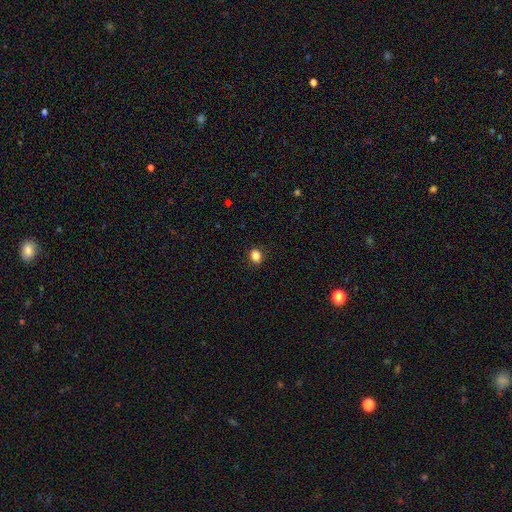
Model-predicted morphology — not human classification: This appears to be a smooth galaxy with no disk features (86%) that is round (56%). Merging: none (89%).